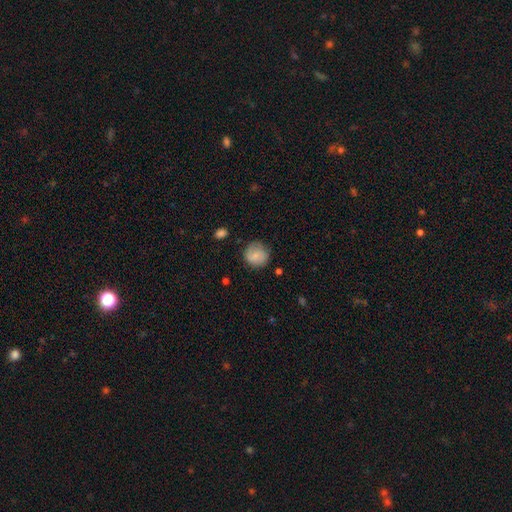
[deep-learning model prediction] Morphology: type=smooth (68%); roundness=round (87%); merging=none (73%).